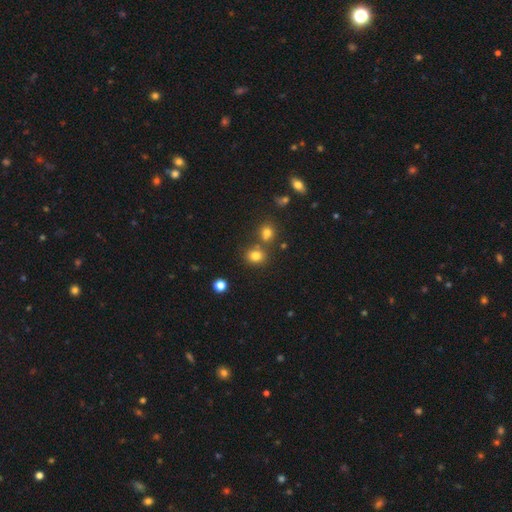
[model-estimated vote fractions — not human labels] A smooth galaxy with no disk features (79%) that is round (66%).

Vote fractions:
- Smooth or featured? smooth: 79% / star or artifact: 15% / featured or disk: 7%
- How rounded? round: 66% / in between: 33% / cigar-shaped: 1%
- Merging? none: 69% / merger: 18% / minor disturbance: 10% / major disturbance: 3%